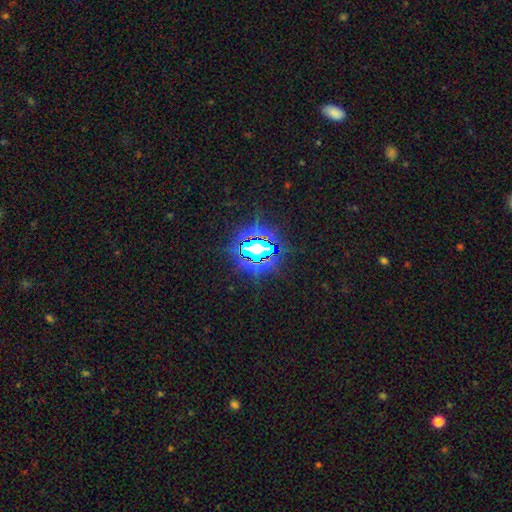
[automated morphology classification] type=star or artifact (81%).